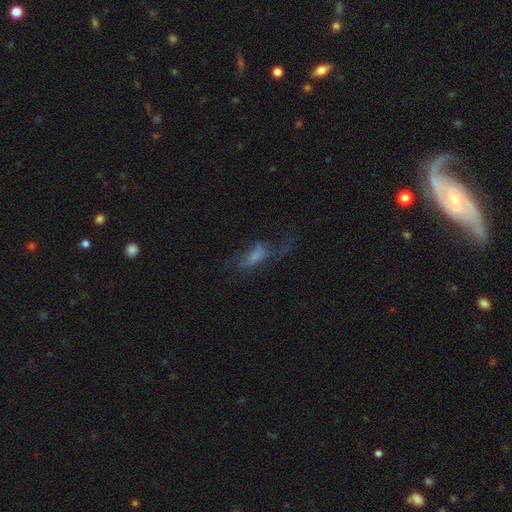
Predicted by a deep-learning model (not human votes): Morphology: type=featured or disk (45%); merging=major disturbance (43%).